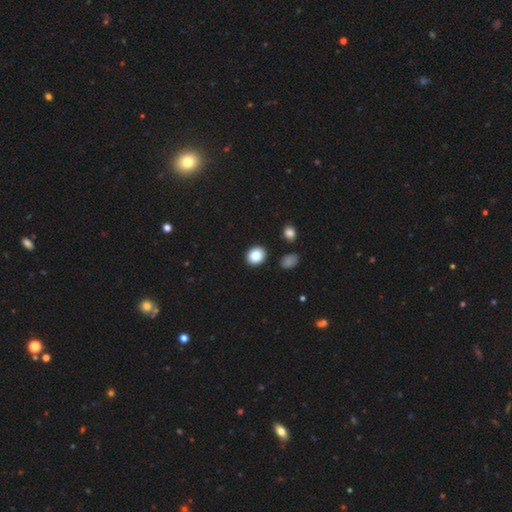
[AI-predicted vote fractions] smooth 87%, star or artifact 9%, featured or disk 3%. Down the decision tree: how rounded — round (69%); merging — none (87%).